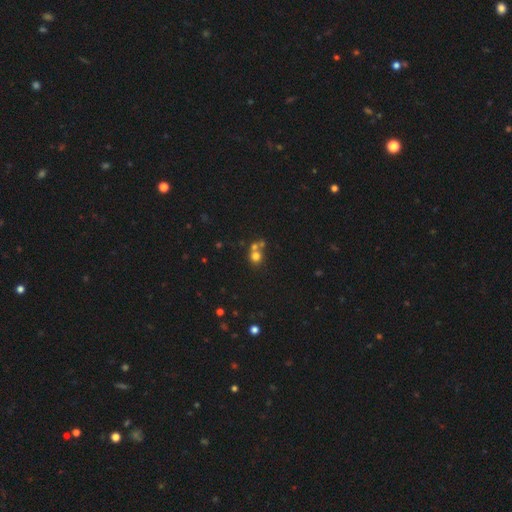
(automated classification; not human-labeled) Q: Smooth or featured?
A: smooth (70%); runner-up: star or artifact (17%)
Q: How rounded?
A: round (85%); runner-up: in between (14%)
Q: Merging?
A: none (47%); runner-up: merger (42%)